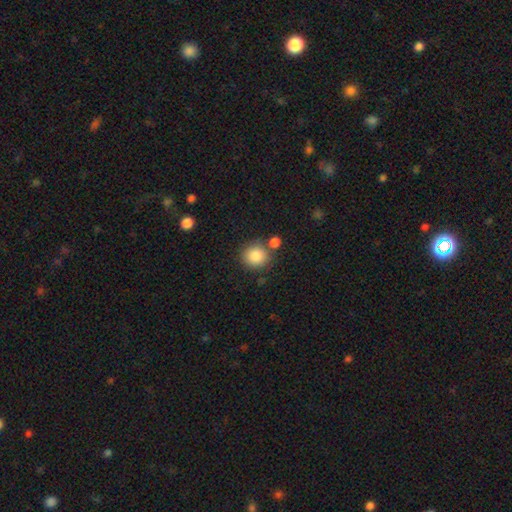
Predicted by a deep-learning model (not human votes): smooth_or_featured: smooth (p=0.86) [alt: star or artifact p=0.09]
how_rounded: round (p=0.88) [alt: in between p=0.11]
merging: none (p=0.73) [alt: merger p=0.13]